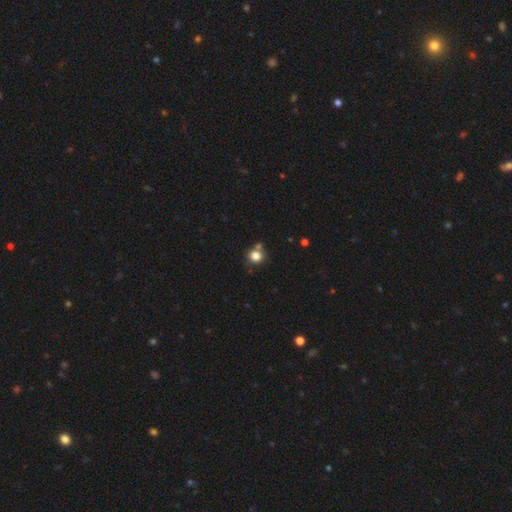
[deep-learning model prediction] A smooth galaxy with no disk features (82%) that is round (86%). Merging: none (65%).